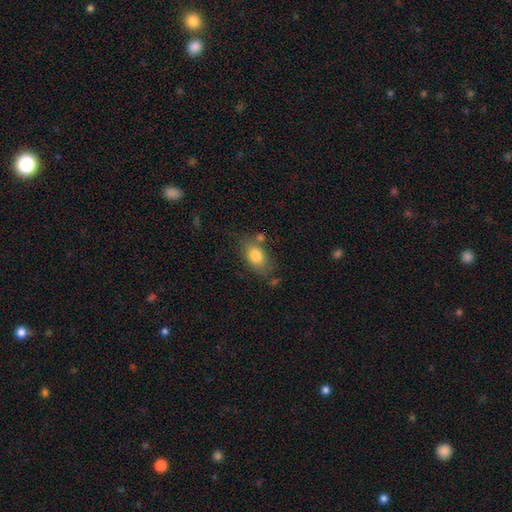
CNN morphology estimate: Q: Smooth or featured?
A: smooth (79%); runner-up: featured or disk (13%)
Q: How rounded?
A: in between (84%); runner-up: round (13%)
Q: Merging?
A: none (64%); runner-up: minor disturbance (20%)